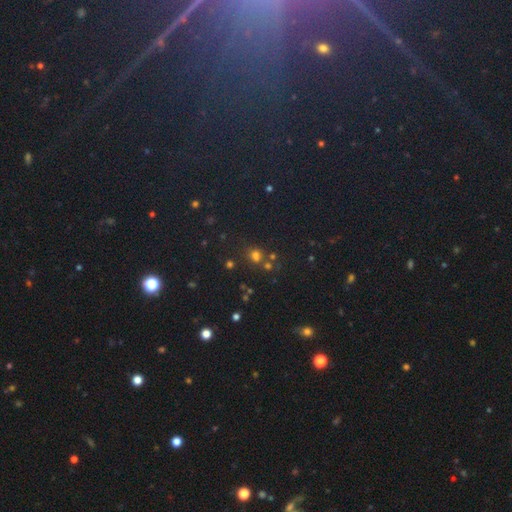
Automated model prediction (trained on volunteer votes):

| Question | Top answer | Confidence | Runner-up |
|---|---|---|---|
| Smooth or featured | smooth | 63% | star or artifact (29%) |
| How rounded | round | 76% | in between (23%) |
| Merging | none | 65% | merger (20%) |